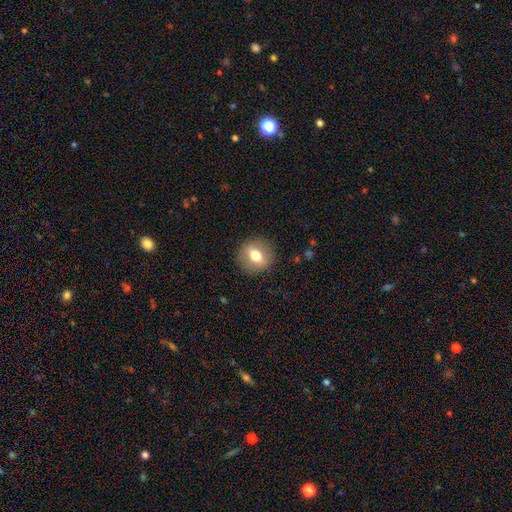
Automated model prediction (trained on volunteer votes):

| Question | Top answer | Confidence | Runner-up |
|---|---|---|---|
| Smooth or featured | smooth | 64% | featured or disk (27%) |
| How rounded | round | 77% | in between (21%) |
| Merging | none | 88% | minor disturbance (8%) |